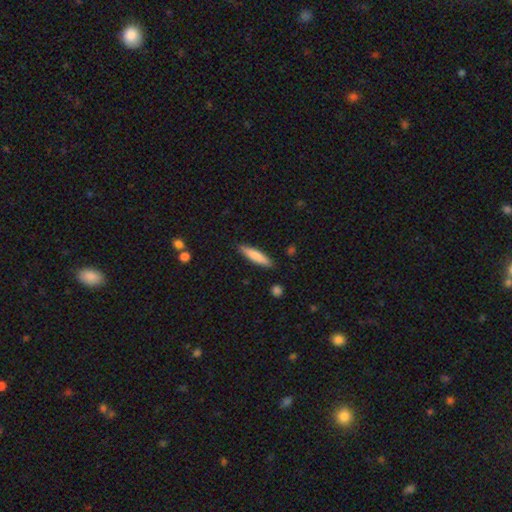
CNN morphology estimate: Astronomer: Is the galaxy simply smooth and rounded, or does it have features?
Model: smooth — 78%.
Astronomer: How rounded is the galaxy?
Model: cigar-shaped — 83%.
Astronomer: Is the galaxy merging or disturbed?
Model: none — 88%.